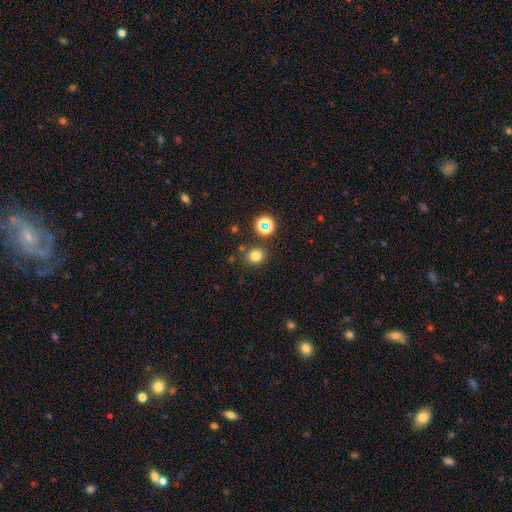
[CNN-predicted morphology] type=smooth (76%); roundness=round (78%); merging=none (81%).